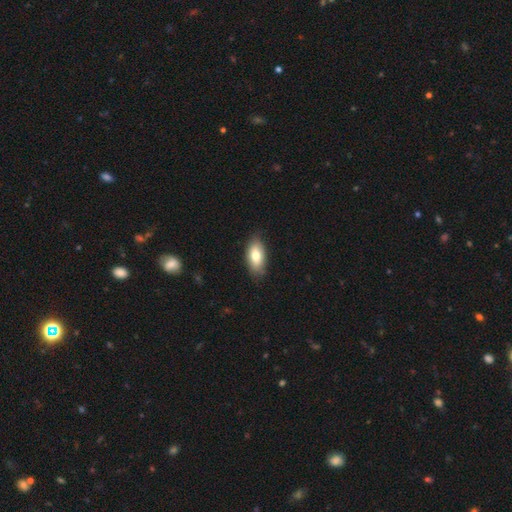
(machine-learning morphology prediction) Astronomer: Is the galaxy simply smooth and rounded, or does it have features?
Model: smooth — 76%.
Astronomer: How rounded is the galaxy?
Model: in between — 91%.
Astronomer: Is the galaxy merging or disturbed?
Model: none — 82%.